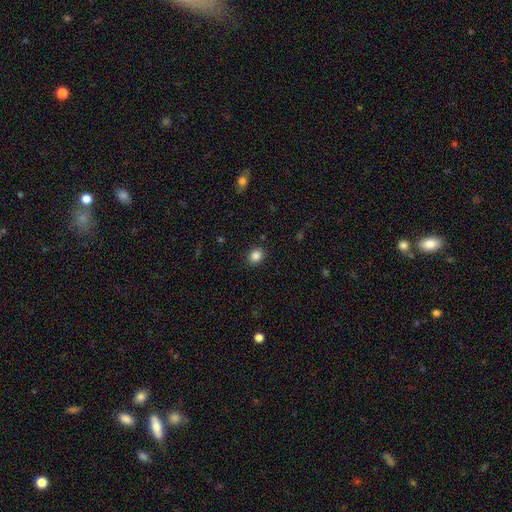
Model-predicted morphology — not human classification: Smooth or featured? smooth (85%)
How rounded? round (64%)
Merging? none (89%)